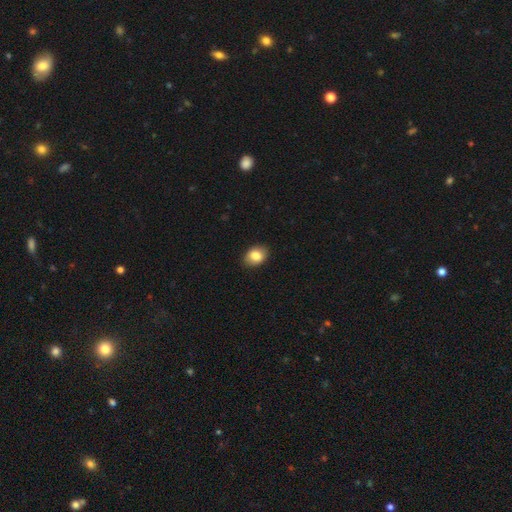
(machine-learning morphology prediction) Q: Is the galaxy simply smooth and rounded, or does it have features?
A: smooth — 84%.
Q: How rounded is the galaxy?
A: in between — 75%.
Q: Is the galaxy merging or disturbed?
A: none — 88%.